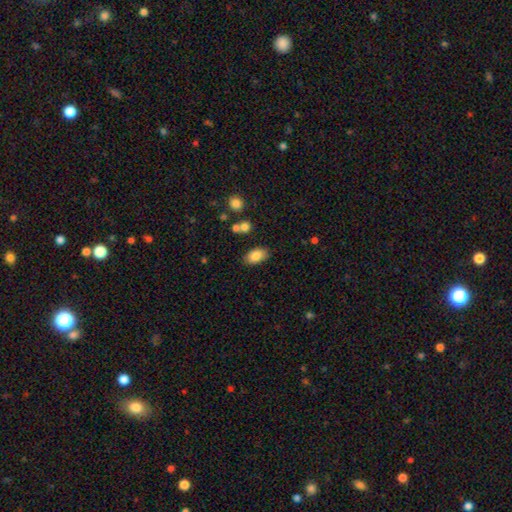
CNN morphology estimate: Q: Smooth or featured?
A: smooth (84%); runner-up: star or artifact (8%)
Q: How rounded?
A: in between (91%); runner-up: round (7%)
Q: Merging?
A: none (81%); runner-up: minor disturbance (11%)